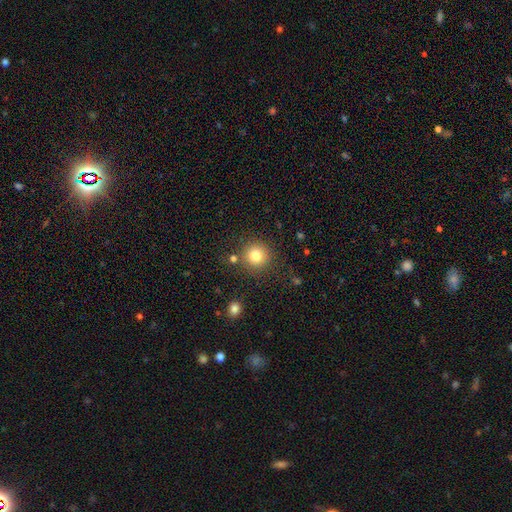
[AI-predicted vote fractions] Q: Smooth or featured?
A: smooth (81%); runner-up: star or artifact (12%)
Q: How rounded?
A: round (93%); runner-up: in between (6%)
Q: Merging?
A: none (84%); runner-up: minor disturbance (8%)